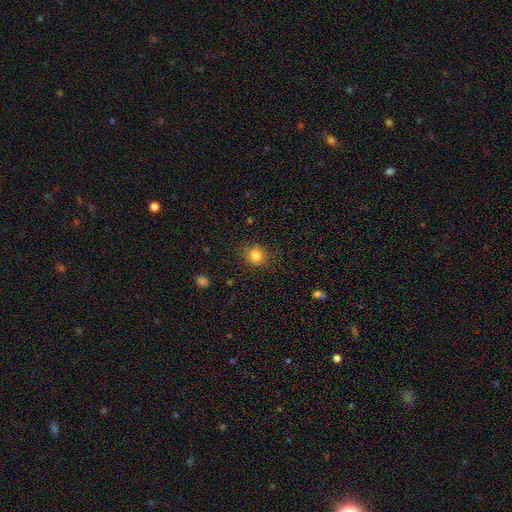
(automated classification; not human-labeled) This is clearly a smooth galaxy (83%). How rounded: clearly round (85%). Merging: clearly none (88%).